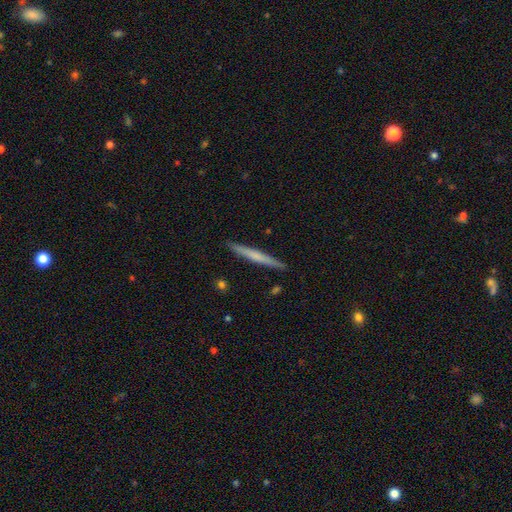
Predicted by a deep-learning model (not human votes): Smooth or featured? Predicted: smooth (p=0.53). How rounded? Predicted: cigar-shaped (p=0.97). Merging? Predicted: none (p=0.90).